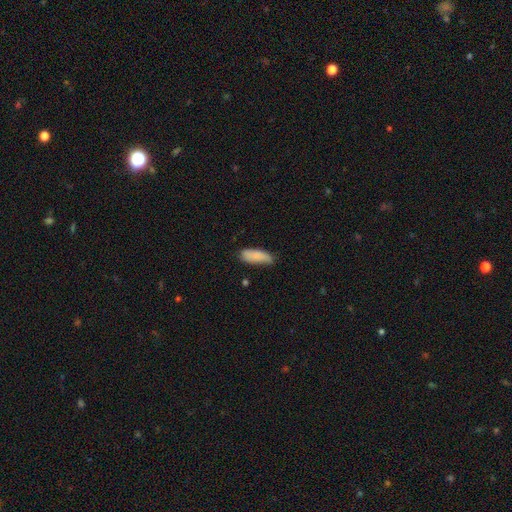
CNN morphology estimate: smooth-or-featured: smooth: 84% | featured or disk: 9% | star or artifact: 6%
  how-rounded: in between: 63% | cigar-shaped: 35% | round: 2%
  merging: none: 65% | minor disturbance: 28% | major disturbance: 5% | merger: 2%